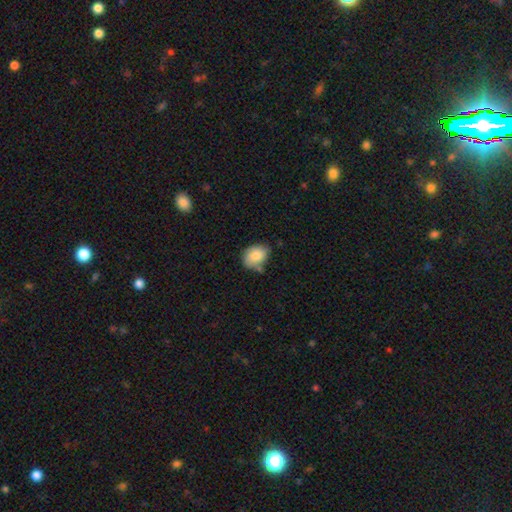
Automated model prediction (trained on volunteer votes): Smooth or featured: smooth — 84% (featured or disk — 8%)
How rounded: in between — 74% (round — 25%)
Merging: none — 63% (minor disturbance — 24%)